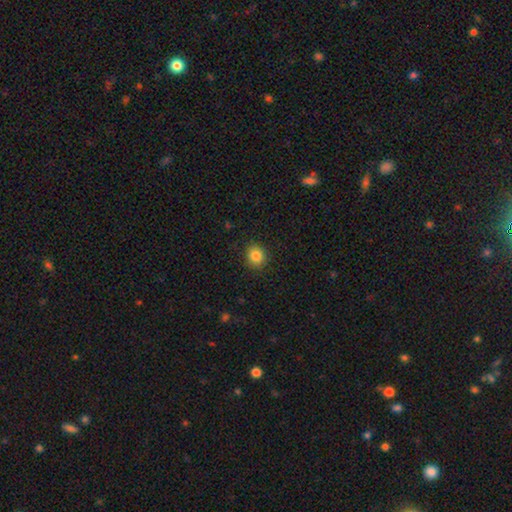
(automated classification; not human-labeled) This appears to be a smooth galaxy with no disk features (85%) that is round (77%). Merging: none (89%).